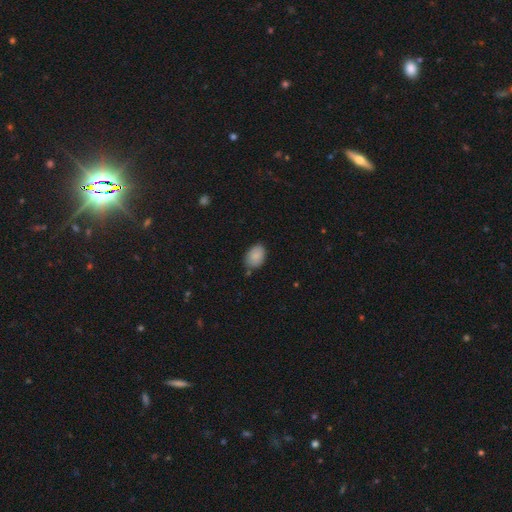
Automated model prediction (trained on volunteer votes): A smooth galaxy with no disk features (87%) that is in between round and cigar-shaped (83%).

Vote fractions:
- Smooth or featured? smooth: 87% / star or artifact: 7% / featured or disk: 5%
- How rounded? in between: 83% / round: 16% / cigar-shaped: 1%
- Merging? none: 77% / minor disturbance: 17% / major disturbance: 3% / merger: 3%